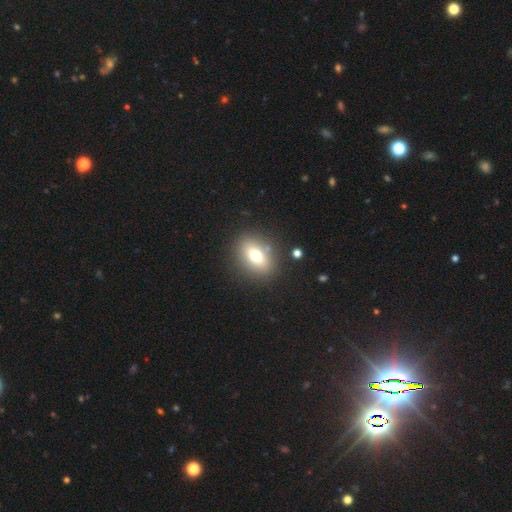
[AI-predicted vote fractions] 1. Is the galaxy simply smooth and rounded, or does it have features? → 71% smooth, 17% featured or disk, 11% star or artifact.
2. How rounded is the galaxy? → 68% in between, 29% round, 3% cigar-shaped.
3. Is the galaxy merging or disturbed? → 84% none, 9% minor disturbance, 4% major disturbance, 3% merger.